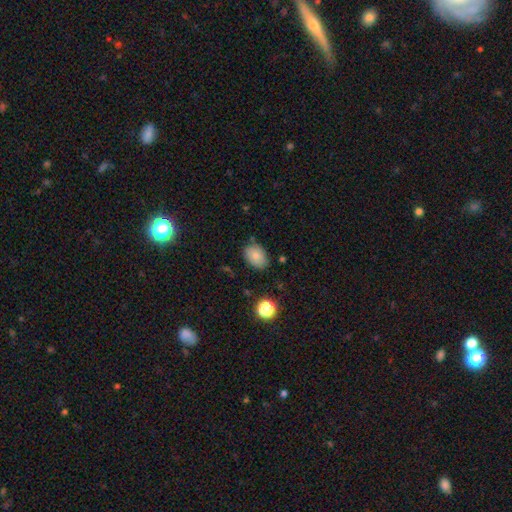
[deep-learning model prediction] This appears to be a smooth galaxy with no disk features (81%) that is in between round and cigar-shaped (78%). Merging: none (79%).